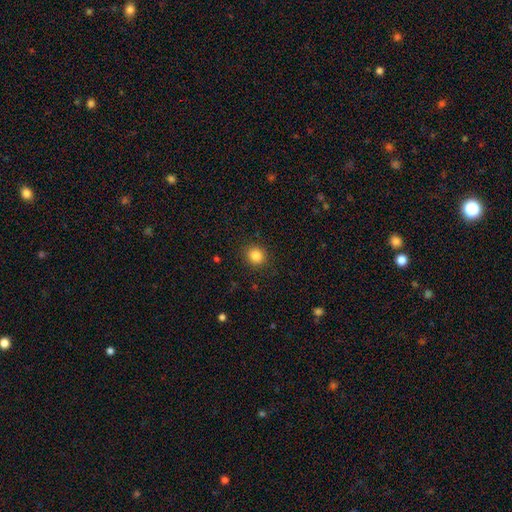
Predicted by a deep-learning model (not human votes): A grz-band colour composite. It shows a smooth galaxy with no disk features (84%) that is round (84%). Merging: none (90%).